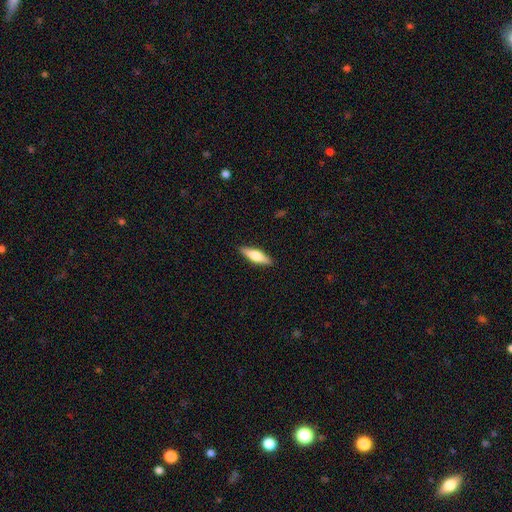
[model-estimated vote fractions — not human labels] smooth 52%, featured or disk 43%, star or artifact 6%. Down the decision tree: how rounded — cigar-shaped (63%); merging — none (89%).